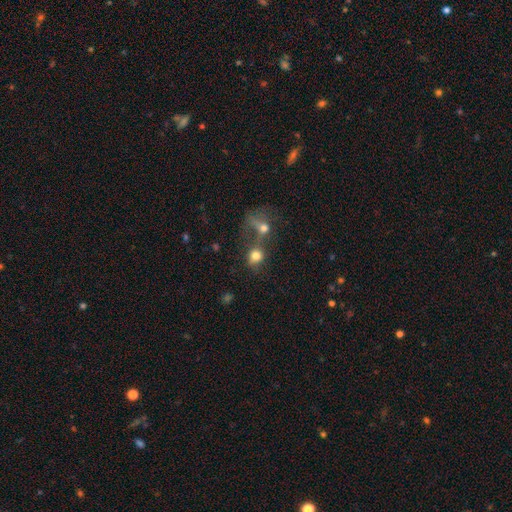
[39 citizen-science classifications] Overall: smooth (79%). How rounded: round (84%). Merging: merger (58%; none 28%).